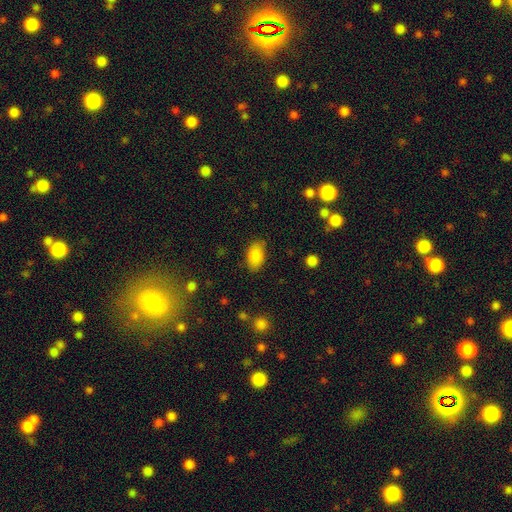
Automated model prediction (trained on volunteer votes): Overall: smooth (84%). How rounded: in between (90%). Merging: none (82%).